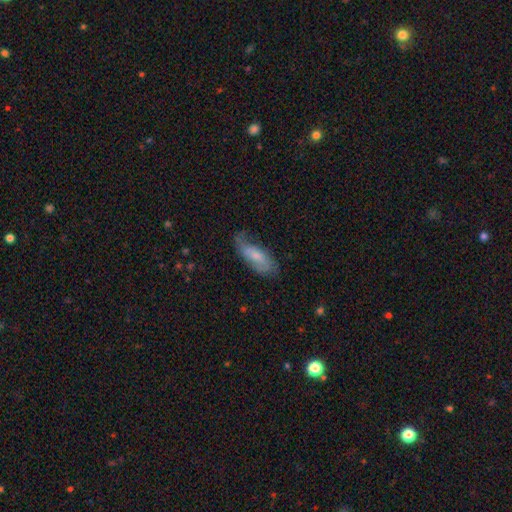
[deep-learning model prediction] The model was most divided on "smooth or featured": smooth: 56%, featured or disk: 37%, star or artifact: 7%. More confident: how rounded — in between (77%); merging — none (53%).